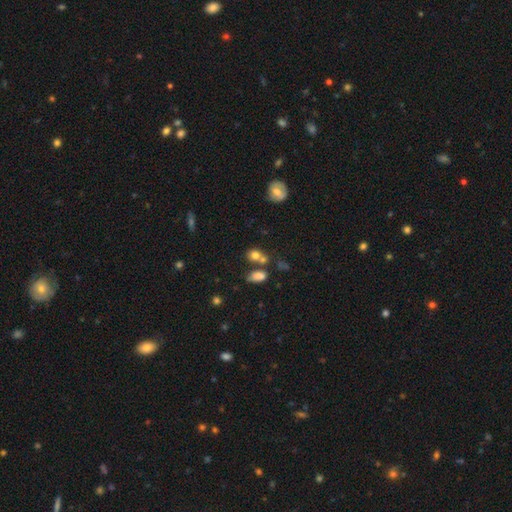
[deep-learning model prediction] Smooth or featured? Predicted: smooth (p=0.77). How rounded? Predicted: round (p=0.51). Merging? Predicted: none (p=0.45).